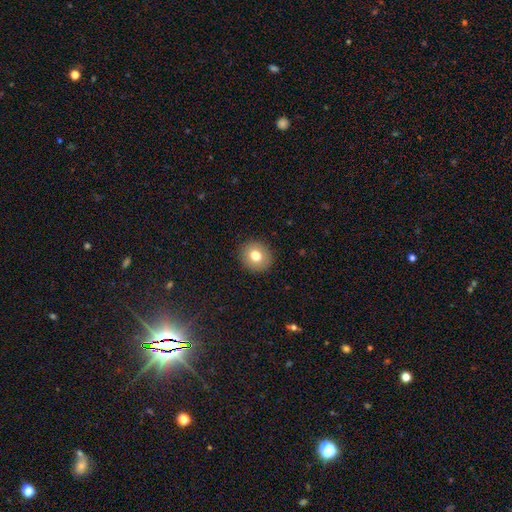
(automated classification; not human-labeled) smooth_or_featured: smooth (p=0.77) [alt: featured or disk p=0.13]
how_rounded: round (p=0.81) [alt: in between p=0.18]
merging: none (p=0.91) [alt: minor disturbance p=0.06]